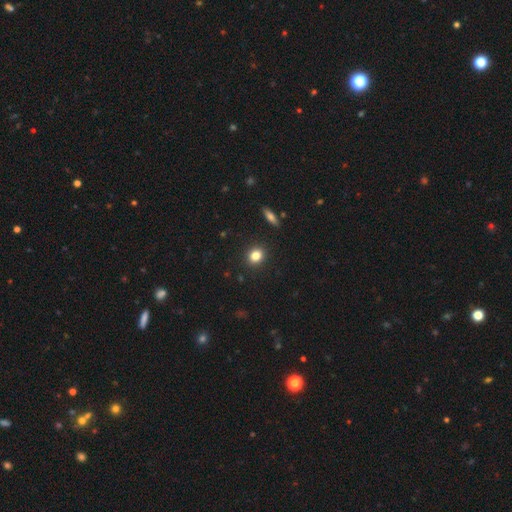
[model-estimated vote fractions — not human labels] The model was most divided on "how rounded": round: 63%, in between: 35%, cigar-shaped: 2%. More confident: merging — none (90%); smooth or featured — smooth (83%).